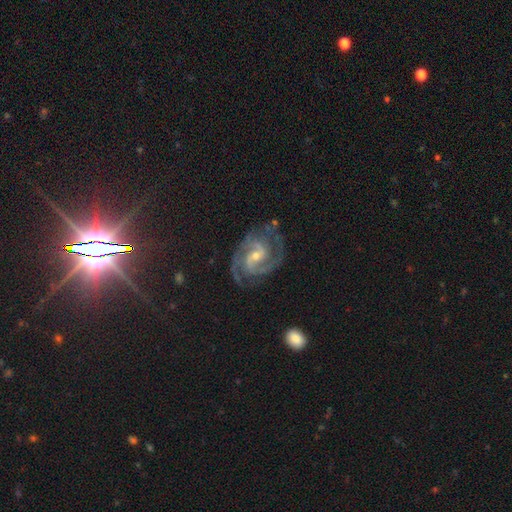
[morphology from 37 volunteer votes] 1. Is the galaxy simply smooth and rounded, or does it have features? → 89% featured or disk, 5% smooth, 5% star or artifact.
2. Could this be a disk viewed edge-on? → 100% no, 0% yes.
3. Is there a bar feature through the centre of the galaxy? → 55% no, 39% weak, 6% strong.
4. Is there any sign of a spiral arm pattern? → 100% yes, 0% no.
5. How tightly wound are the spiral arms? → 55% medium, 36% tight, 9% loose.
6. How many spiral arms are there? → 82% 2, 12% 3, 3% 1, 3% 4, 0% more than 4, 0% can't tell.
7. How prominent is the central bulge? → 61% small, 36% moderate, 3% large, 0% dominant, 0% none.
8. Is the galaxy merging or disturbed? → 69% none, 23% minor disturbance, 6% major disturbance, 3% merger.